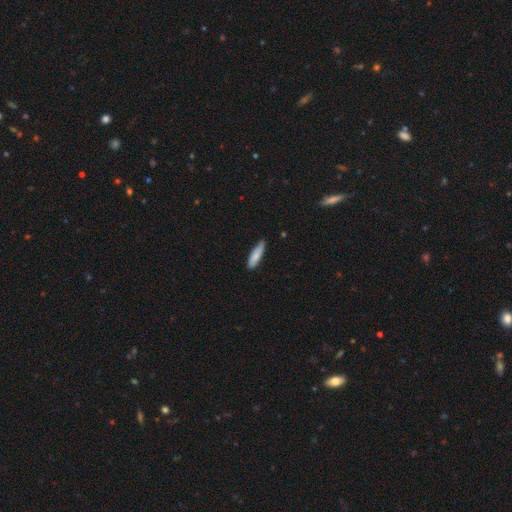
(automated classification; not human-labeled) Smooth or featured? Predicted: smooth (p=0.83). How rounded? Predicted: cigar-shaped (p=0.74). Merging? Predicted: none (p=0.83).